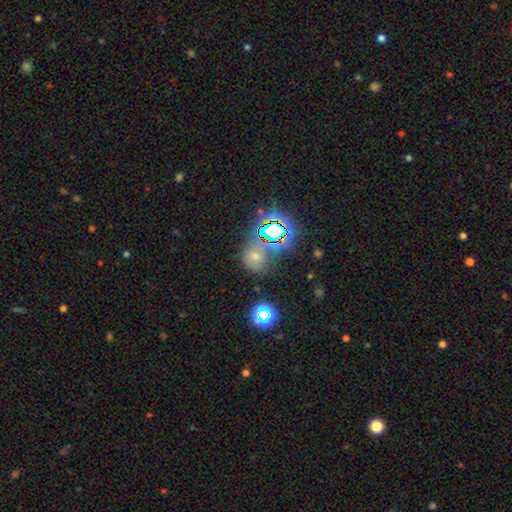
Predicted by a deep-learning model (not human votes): The model was most divided on "smooth or featured": smooth: 44%, star or artifact: 42%, featured or disk: 14%. More confident: merging — none (59%).